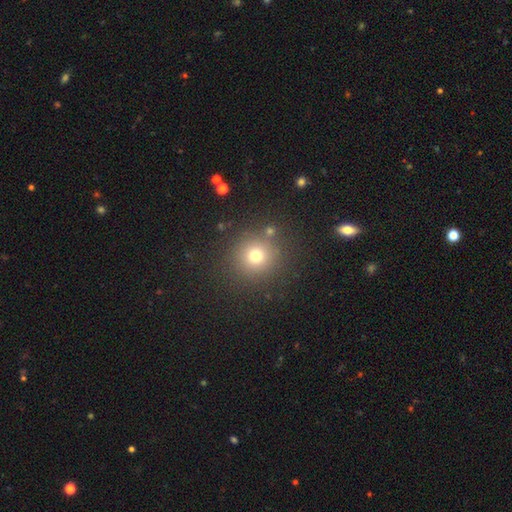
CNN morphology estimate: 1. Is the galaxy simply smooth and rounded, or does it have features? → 72% smooth, 19% star or artifact, 9% featured or disk.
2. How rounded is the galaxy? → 93% round, 6% in between, 1% cigar-shaped.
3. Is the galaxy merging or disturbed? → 85% none, 7% minor disturbance, 4% merger, 4% major disturbance.